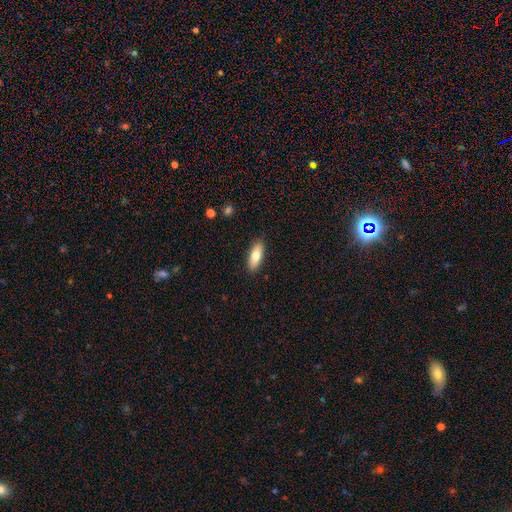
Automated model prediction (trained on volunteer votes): This is likely a smooth galaxy (77%). How rounded: likely in between (70%). Merging: clearly none (89%).